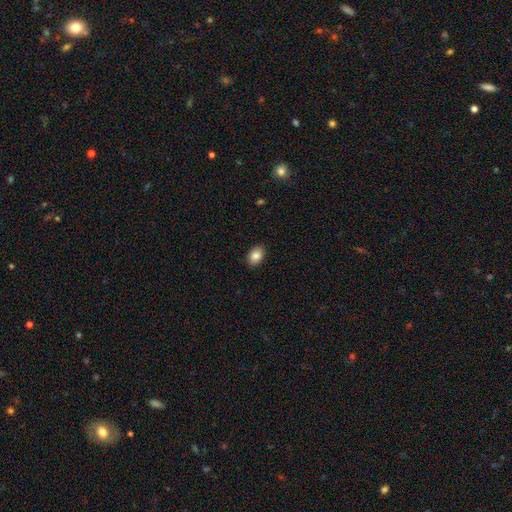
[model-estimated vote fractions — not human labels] Overall: smooth (86%). How rounded: in between (81%). Merging: none (90%).